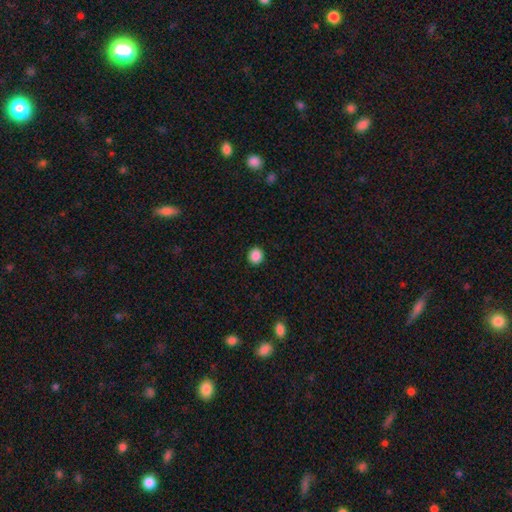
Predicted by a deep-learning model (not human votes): smooth-or-featured: smooth: 87% | star or artifact: 10% | featured or disk: 3%
  how-rounded: round: 91% | in between: 8% | cigar-shaped: 1%
  merging: none: 93% | minor disturbance: 5% | major disturbance: 2% | merger: 1%